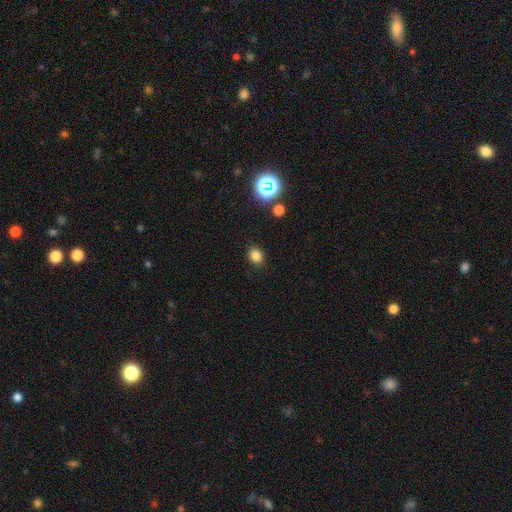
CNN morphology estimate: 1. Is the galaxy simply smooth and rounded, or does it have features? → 79% smooth, 15% star or artifact, 5% featured or disk.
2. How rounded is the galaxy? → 53% round, 46% in between, 1% cigar-shaped.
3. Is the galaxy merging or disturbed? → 87% none, 8% minor disturbance, 2% major disturbance, 2% merger.